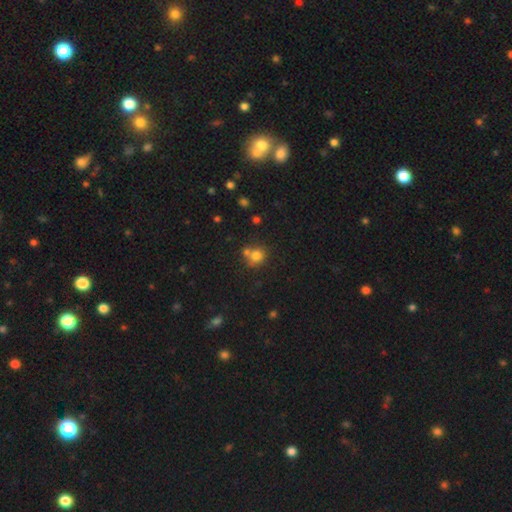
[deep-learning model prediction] Smooth or featured? Predicted: smooth (p=0.77). How rounded? Predicted: round (p=0.84). Merging? Predicted: none (p=0.55).